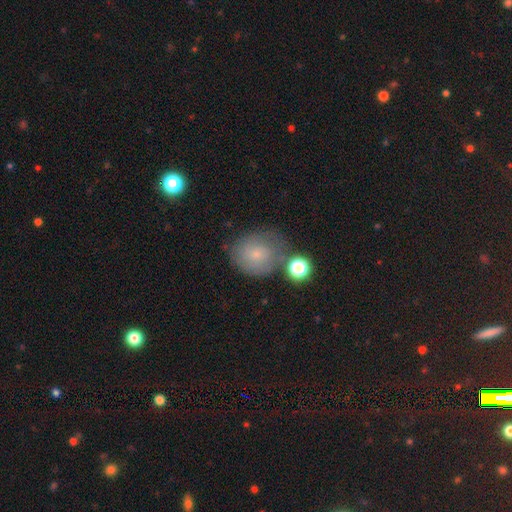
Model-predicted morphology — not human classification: type=smooth (64%); roundness=round (76%); merging=none (58%).